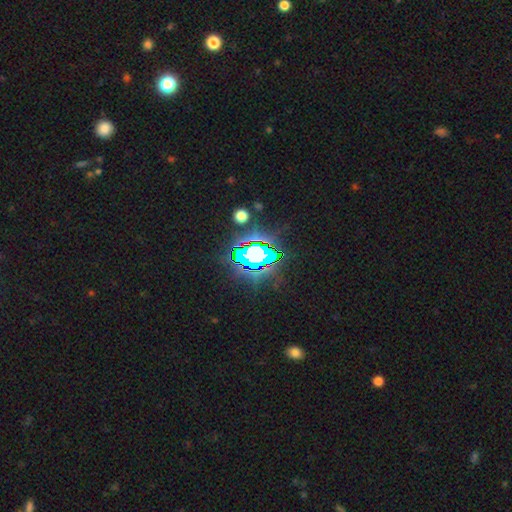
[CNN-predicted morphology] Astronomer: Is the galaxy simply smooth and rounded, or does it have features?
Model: star or artifact — 73%.